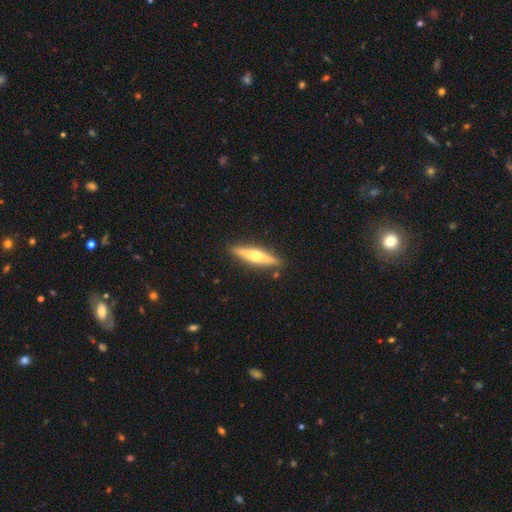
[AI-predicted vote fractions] This appears to be a featured or disk galaxy (55%) viewed edge-on (94%) with a rounded central bulge (90%). Merging: none (88%).